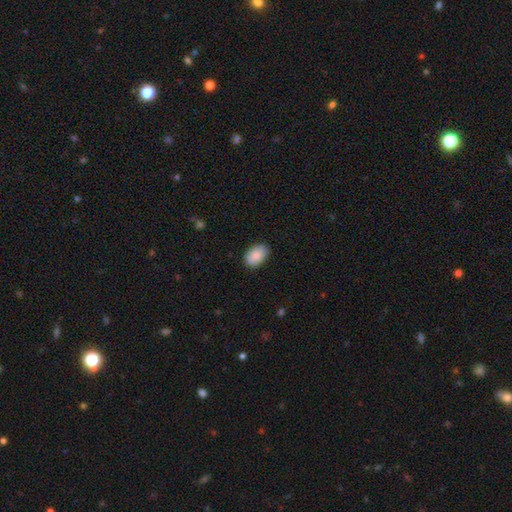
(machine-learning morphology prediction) This appears to be a smooth galaxy with no disk features (87%) that is in between round and cigar-shaped (90%). Merging: none (86%).